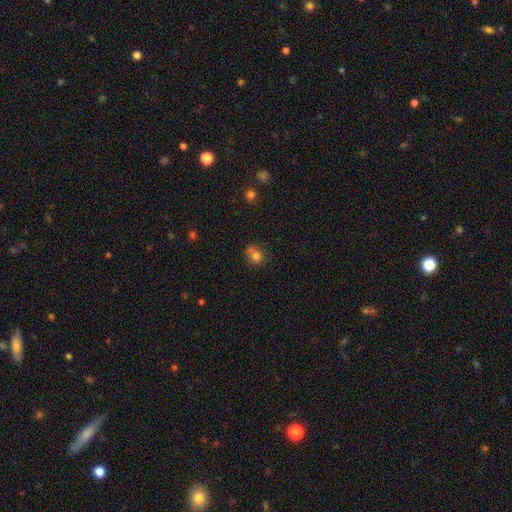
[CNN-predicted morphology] smooth-or-featured: smooth: 76% | star or artifact: 13% | featured or disk: 11%
  how-rounded: round: 80% | in between: 20% | cigar-shaped: 1%
  merging: none: 53% | merger: 30% | minor disturbance: 14% | major disturbance: 4%